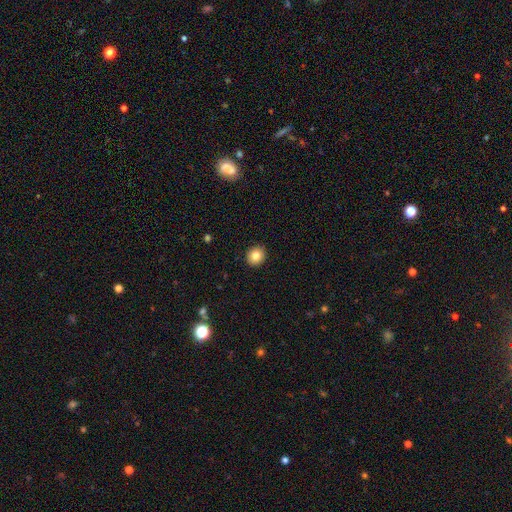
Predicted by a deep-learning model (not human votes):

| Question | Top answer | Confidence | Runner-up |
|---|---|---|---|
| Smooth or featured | smooth | 82% | star or artifact (10%) |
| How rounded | round | 87% | in between (12%) |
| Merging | none | 92% | minor disturbance (5%) |